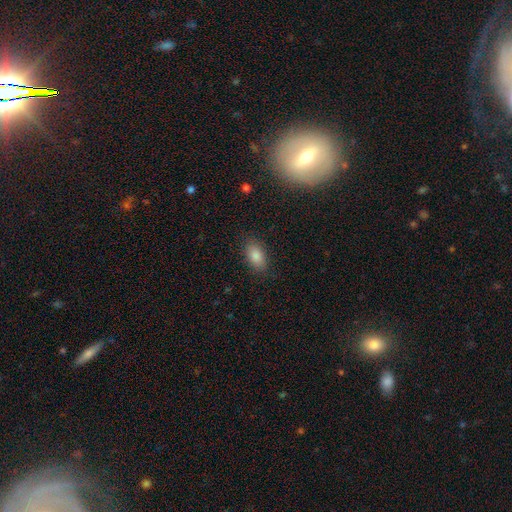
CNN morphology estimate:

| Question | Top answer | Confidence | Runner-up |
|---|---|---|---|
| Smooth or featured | smooth | 84% | star or artifact (10%) |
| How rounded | in between | 90% | round (6%) |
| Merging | none | 86% | minor disturbance (10%) |